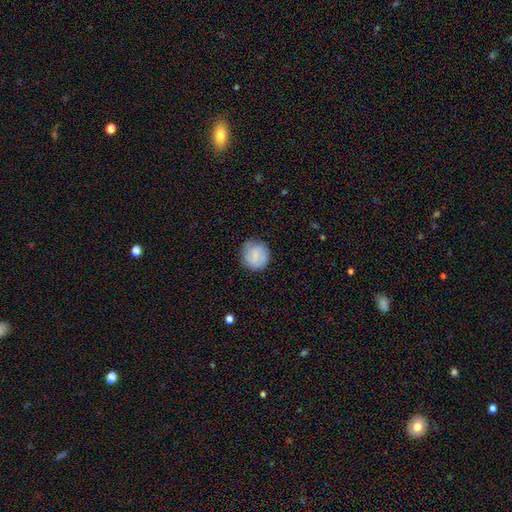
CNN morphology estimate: The model was most divided on "smooth or featured": smooth: 76%, featured or disk: 17%, star or artifact: 7%. More confident: how rounded — round (89%); merging — none (78%).